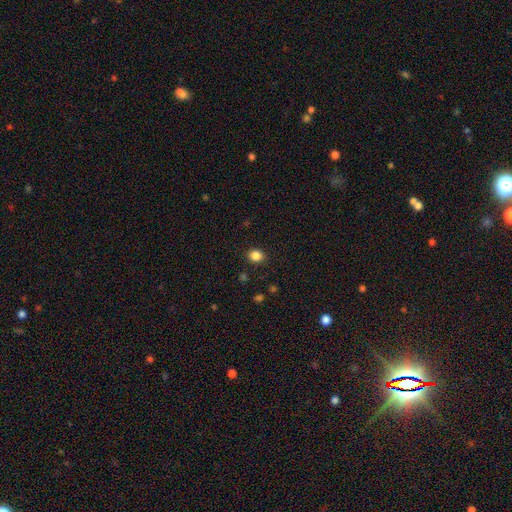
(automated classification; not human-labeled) Smooth or featured: smooth — 85% (star or artifact — 11%)
How rounded: round — 71% (in between — 28%)
Merging: none — 90% (minor disturbance — 7%)